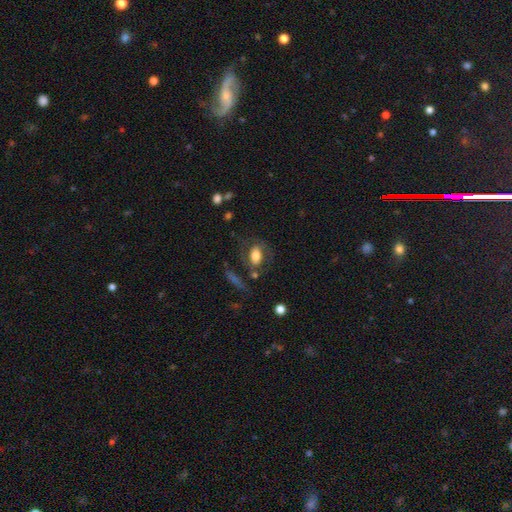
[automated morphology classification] Smooth or featured?
  - smooth: 62% *
  - featured or disk: 30%
  - star or artifact: 8%
How rounded?
  - in between: 81% *
  - round: 16%
  - cigar-shaped: 3%
Merging?
  - none: 60% *
  - minor disturbance: 18%
  - major disturbance: 16%
  - merger: 6%